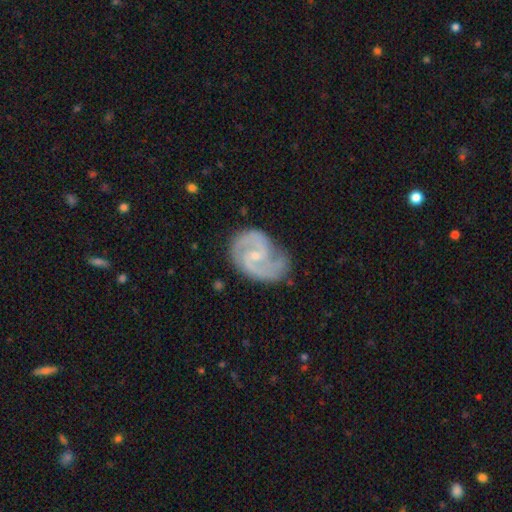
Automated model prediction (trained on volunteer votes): smooth_or_featured: featured or disk (p=0.90) [alt: smooth p=0.05]
disk_edge_on: no (p=0.98) [alt: yes p=0.02]
bar: weak (p=0.47) [alt: no p=0.41]
has_spiral_arms: yes (p=0.98) [alt: no p=0.02]
spiral_winding: medium (p=0.58) [alt: tight p=0.29]
spiral_arm_count: 2 (p=0.89) [alt: 3 p=0.04]
bulge_size: small (p=0.70) [alt: moderate p=0.24]
merging: none (p=0.68) [alt: minor disturbance p=0.22]